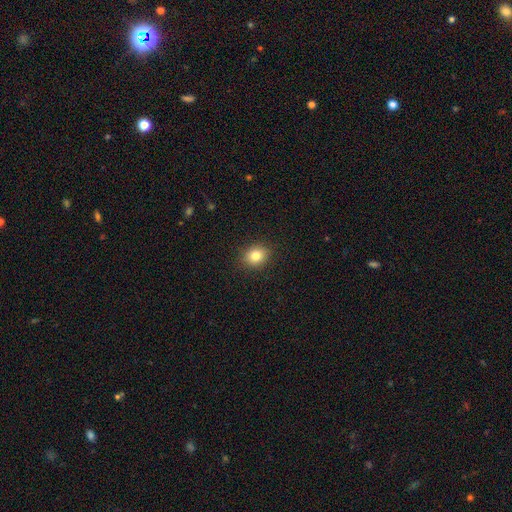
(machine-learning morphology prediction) smooth_or_featured: smooth (p=0.81) [alt: star or artifact p=0.11]
how_rounded: round (p=0.62) [alt: in between p=0.38]
merging: none (p=0.89) [alt: minor disturbance p=0.08]